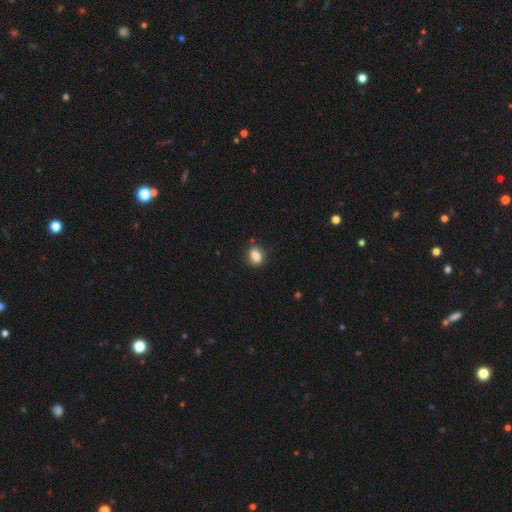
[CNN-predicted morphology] smooth 84%, star or artifact 9%, featured or disk 7%. Down the decision tree: how rounded — in between (50%); merging — none (80%).